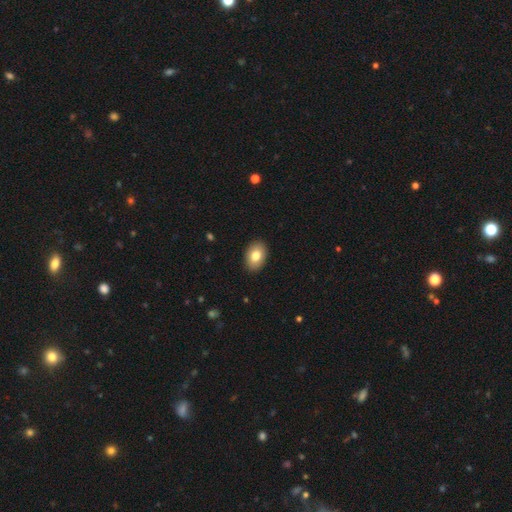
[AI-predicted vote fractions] smooth-or-featured: smooth: 80% | featured or disk: 12% | star or artifact: 7%
  how-rounded: in between: 84% | round: 15% | cigar-shaped: 1%
  merging: none: 90% | minor disturbance: 7% | major disturbance: 2% | merger: 1%